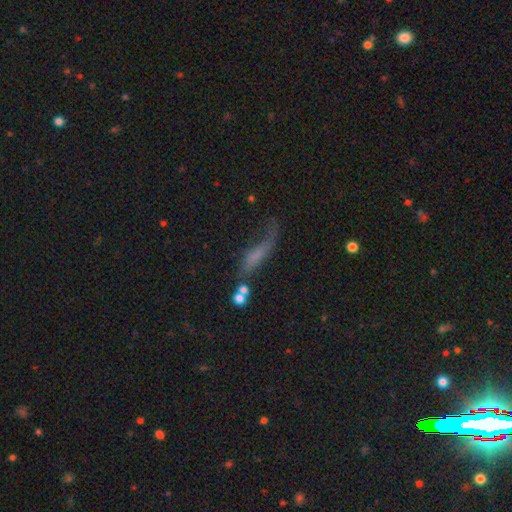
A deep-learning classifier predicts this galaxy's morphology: type=smooth (43%); merging=none (39%).